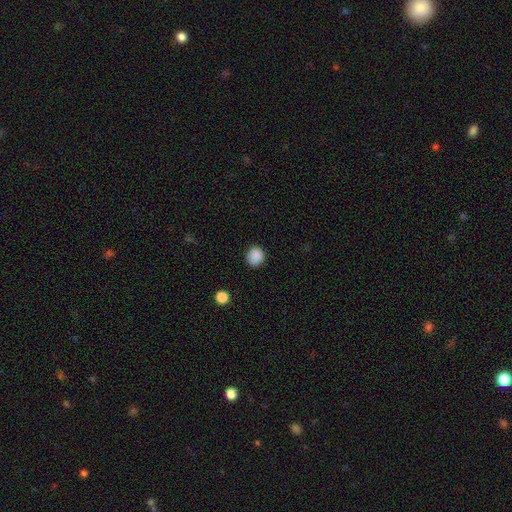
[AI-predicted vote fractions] Morphology: type=smooth (88%); roundness=round (81%); merging=none (85%).